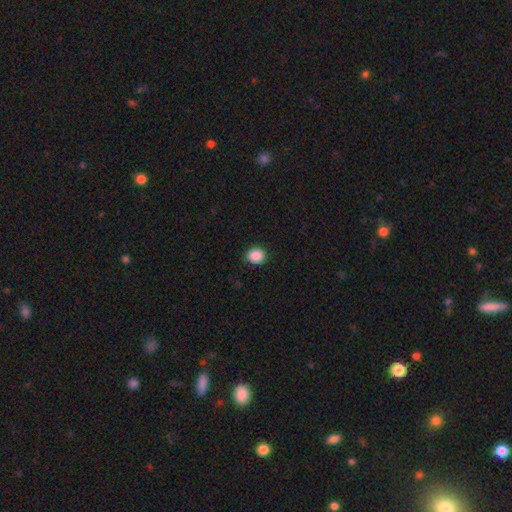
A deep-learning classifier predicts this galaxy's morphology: smooth_or_featured: smooth (p=0.89) [alt: star or artifact p=0.08]
how_rounded: round (p=0.65) [alt: in between p=0.34]
merging: none (p=0.89) [alt: minor disturbance p=0.08]